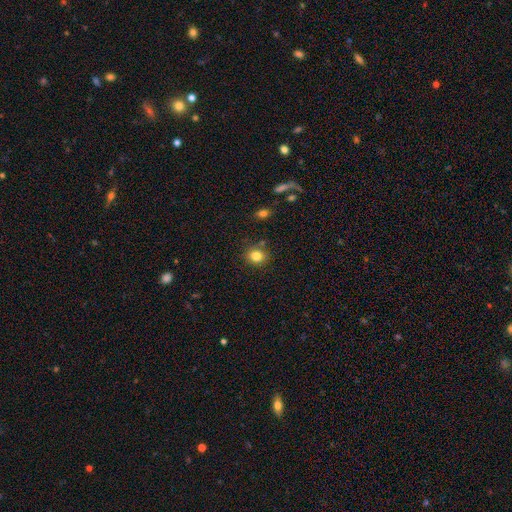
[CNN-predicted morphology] Smooth or featured? Predicted: smooth (p=0.82). How rounded? Predicted: round (p=0.79). Merging? Predicted: none (p=0.82).